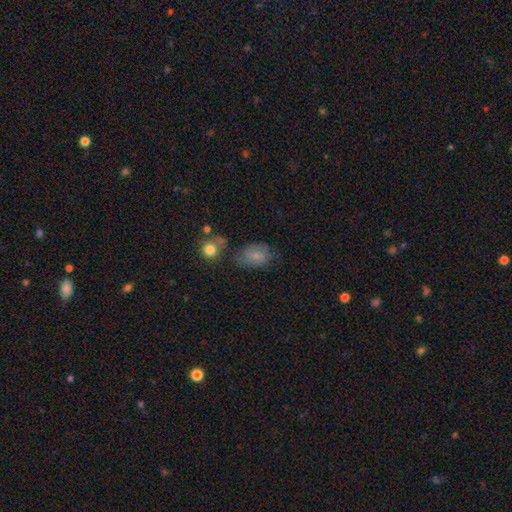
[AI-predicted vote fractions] A smooth galaxy with no disk features (75%) that is in between round and cigar-shaped (77%). Merging: none (56%).